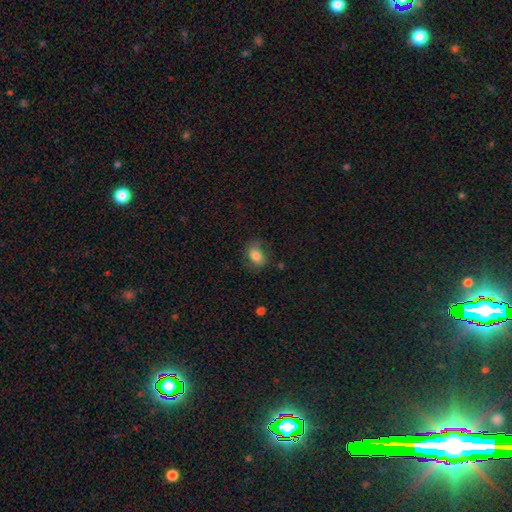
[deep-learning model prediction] smooth 77%, featured or disk 14%, star or artifact 9%. Down the decision tree: how rounded — in between (75%); merging — none (68%).